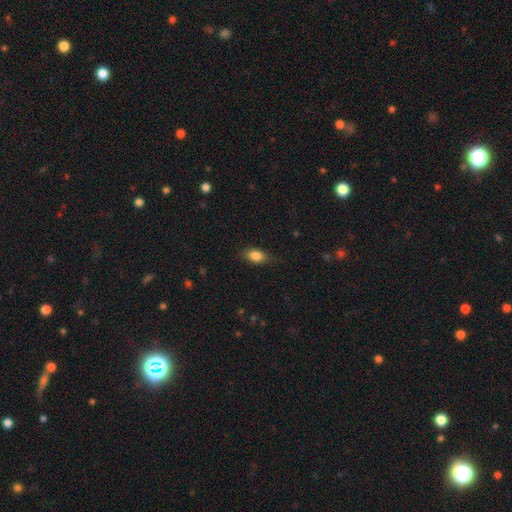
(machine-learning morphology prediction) smooth 84%, star or artifact 8%, featured or disk 8%. Down the decision tree: how rounded — in between (83%); merging — none (80%).